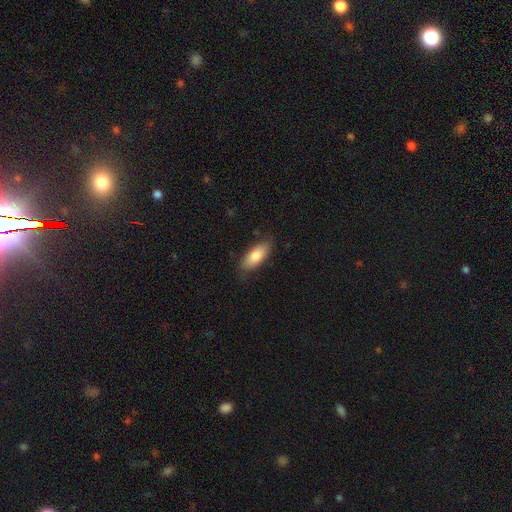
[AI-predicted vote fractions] This is clearly a smooth galaxy (80%). How rounded: clearly in between (82%). Merging: likely none (79%).